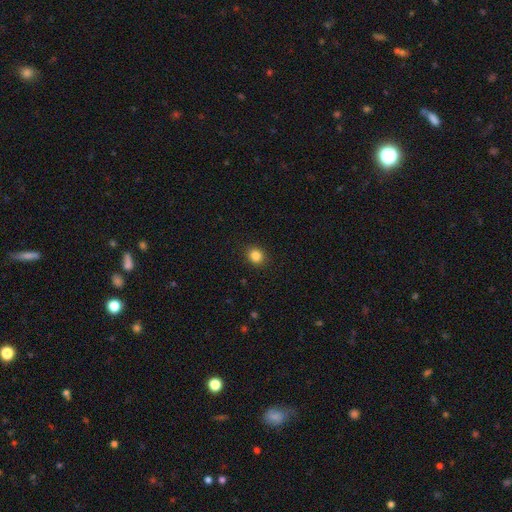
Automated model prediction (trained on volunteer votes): smooth_or_featured: smooth (p=0.85) [alt: star or artifact p=0.11]
how_rounded: round (p=0.73) [alt: in between p=0.26]
merging: none (p=0.91) [alt: minor disturbance p=0.06]